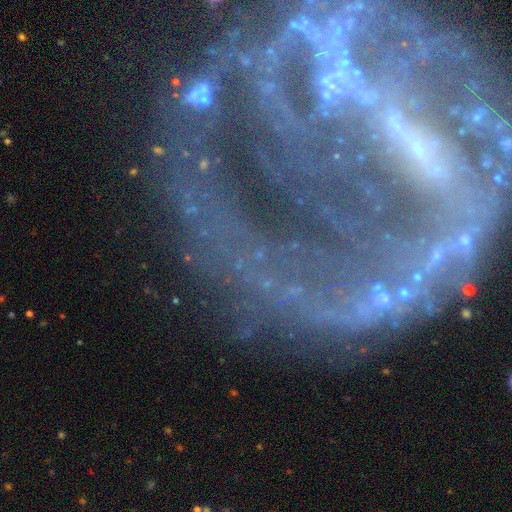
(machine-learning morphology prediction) smooth-or-featured: featured or disk: 77% | star or artifact: 15% | smooth: 8%
  disk-edge-on: no: 94% | yes: 6%
    bar: strong: 49% | weak: 27% | no: 24%
    has-spiral-arms: yes: 77% | no: 23%
      spiral-winding: tight: 42% | medium: 36% | loose: 22%
      spiral-arm-count: 2: 37% | can't tell: 25% | 3: 11% | 1: 10% | 4: 8% | more than 4: 8%
    bulge-size: small: 46% | moderate: 24% | none: 21% | large: 6% | dominant: 3%
  merging: none: 59% | major disturbance: 21% | minor disturbance: 16% | merger: 5%